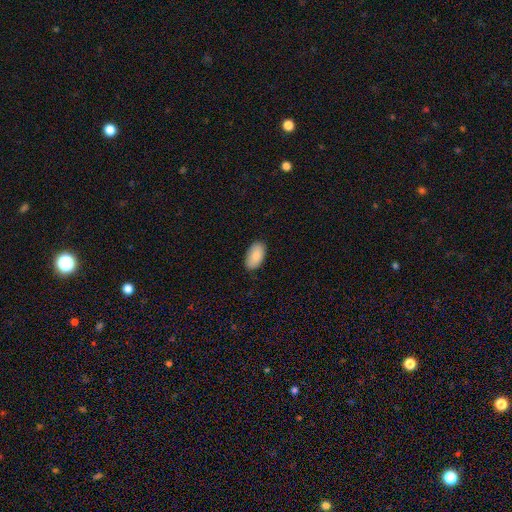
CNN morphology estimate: A smooth galaxy with no disk features (88%) that is in between round and cigar-shaped (96%).

Vote fractions:
- Smooth or featured? smooth: 88% / star or artifact: 6% / featured or disk: 6%
- How rounded? in between: 96% / round: 3% / cigar-shaped: 2%
- Merging? none: 87% / minor disturbance: 10% / major disturbance: 2% / merger: 1%